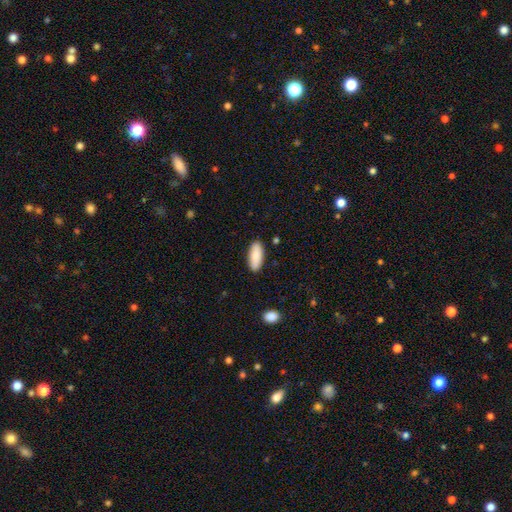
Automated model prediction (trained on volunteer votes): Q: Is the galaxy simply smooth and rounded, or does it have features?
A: smooth — 86%.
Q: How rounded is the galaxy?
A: in between — 78%.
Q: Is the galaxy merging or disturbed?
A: none — 87%.